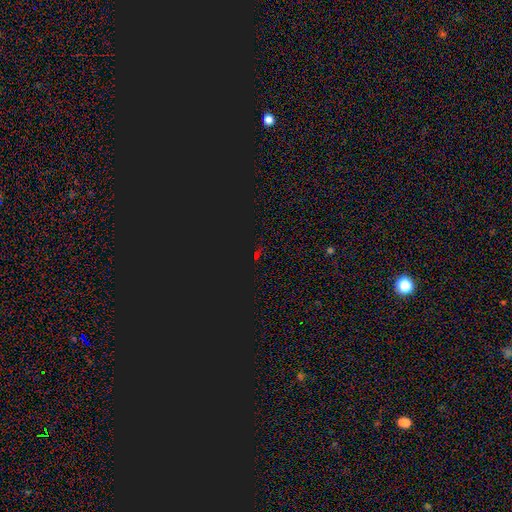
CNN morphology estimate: Smooth or featured: star or artifact — 74% (smooth — 18%)